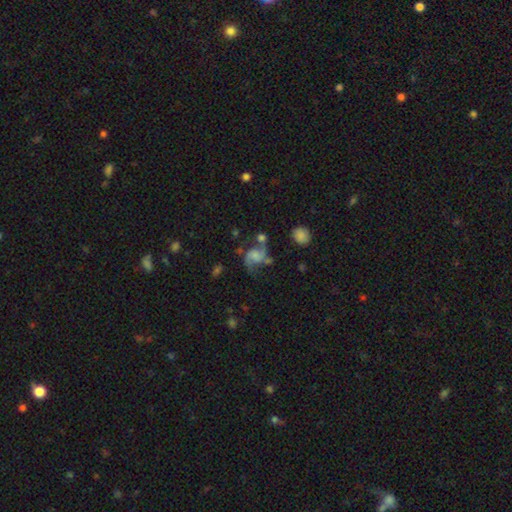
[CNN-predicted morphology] Smooth or featured: featured or disk — 74% (smooth — 17%)
Edge-on disk: no — 98% (yes — 2%)
Bar: no — 63% (weak — 30%)
Spiral arms: yes — 93% (no — 7%)
Spiral winding: loose — 54% (medium — 38%)
Spiral arm count: 2 — 89% (1 — 3%)
Bulge size: small — 31% (none — 29%)
Merging: none — 42% (major disturbance — 20%)